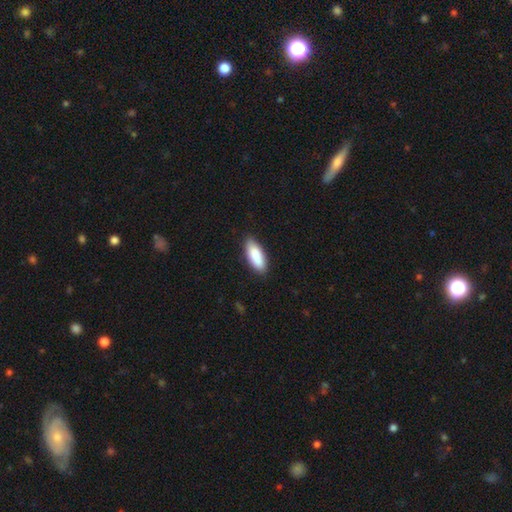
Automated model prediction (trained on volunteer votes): Smooth or featured?
  - smooth: 87% *
  - featured or disk: 7%
  - star or artifact: 6%
How rounded?
  - in between: 74% *
  - cigar-shaped: 24%
  - round: 2%
Merging?
  - none: 86% *
  - minor disturbance: 11%
  - major disturbance: 2%
  - merger: 1%